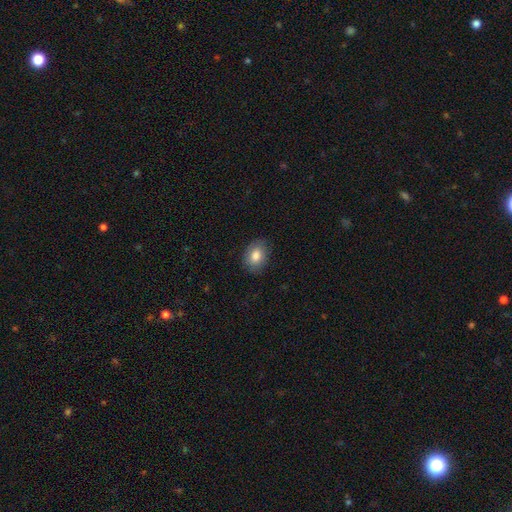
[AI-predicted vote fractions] smooth_or_featured: smooth (p=0.83) [alt: featured or disk p=0.09]
how_rounded: in between (p=0.71) [alt: round p=0.28]
merging: none (p=0.84) [alt: minor disturbance p=0.12]